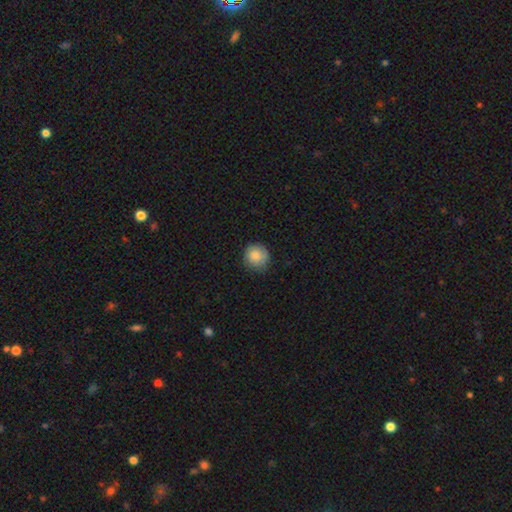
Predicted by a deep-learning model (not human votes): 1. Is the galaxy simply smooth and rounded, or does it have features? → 85% smooth, 8% star or artifact, 7% featured or disk.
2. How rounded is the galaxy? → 91% round, 8% in between, 1% cigar-shaped.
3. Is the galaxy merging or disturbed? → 81% none, 15% minor disturbance, 3% major disturbance, 1% merger.